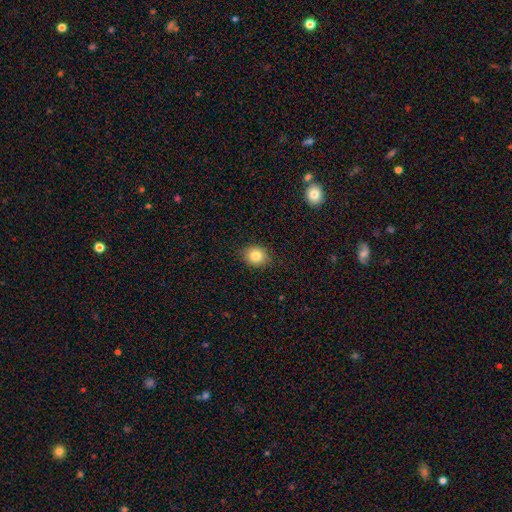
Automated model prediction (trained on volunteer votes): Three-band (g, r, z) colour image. It shows a smooth galaxy with no disk features (82%) that is round (75%). Merging: none (87%).